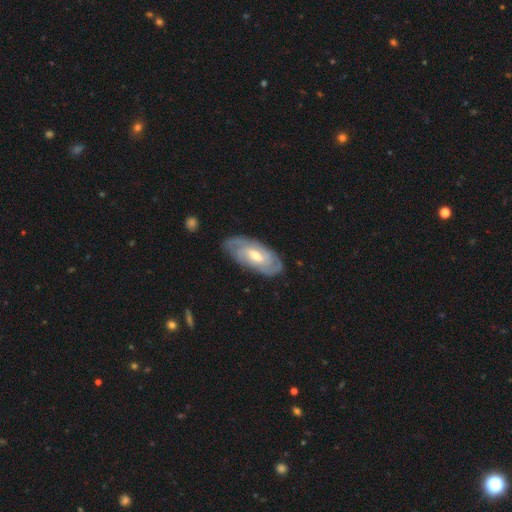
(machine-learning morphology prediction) A featured or disk galaxy (79%) with a weak bar (48%), tight (69%) spiral arms (92%) and a moderate central bulge (62%).

Vote fractions:
- Smooth or featured? featured or disk: 79% / smooth: 16% / star or artifact: 5%
- Edge-on disk? no: 91% / yes: 9%
- Bar? weak: 48% / no: 38% / strong: 14%
- Spiral arms? yes: 92% / no: 8%
- Spiral winding? tight: 69% / medium: 25% / loose: 6%
- Spiral arm count? can't tell: 39% / 2: 33% / 3: 14% / 4: 7% / 1: 4% / more than 4: 4%
- Bulge size? moderate: 62% / small: 32% / large: 4% / none: 1% / dominant: 1%
- Merging? none: 81% / minor disturbance: 15% / major disturbance: 3% / merger: 1%